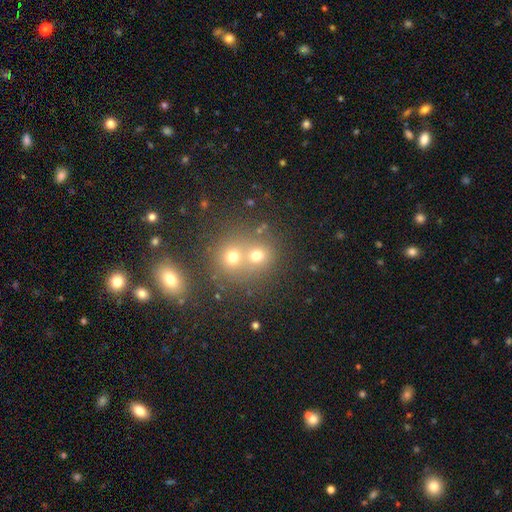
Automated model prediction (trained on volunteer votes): Smooth or featured?
  - smooth: 67% *
  - star or artifact: 20%
  - featured or disk: 13%
How rounded?
  - round: 78% *
  - in between: 21%
  - cigar-shaped: 1%
Merging?
  - merger: 47% *
  - none: 44%
  - minor disturbance: 6%
  - major disturbance: 3%